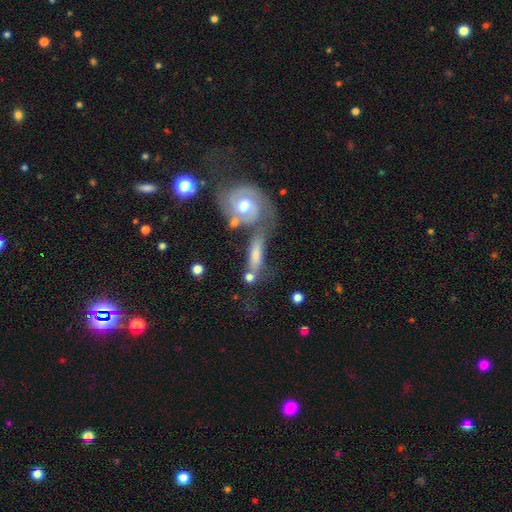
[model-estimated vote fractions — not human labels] This appears to be a featured or disk galaxy (61%). Merging: none (39%).